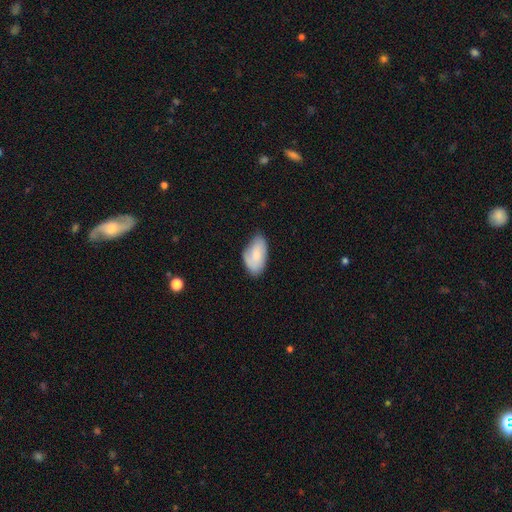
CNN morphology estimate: smooth_or_featured: smooth (p=0.69) [alt: featured or disk p=0.24]
how_rounded: in between (p=0.95) [alt: round p=0.03]
merging: none (p=0.62) [alt: minor disturbance p=0.30]